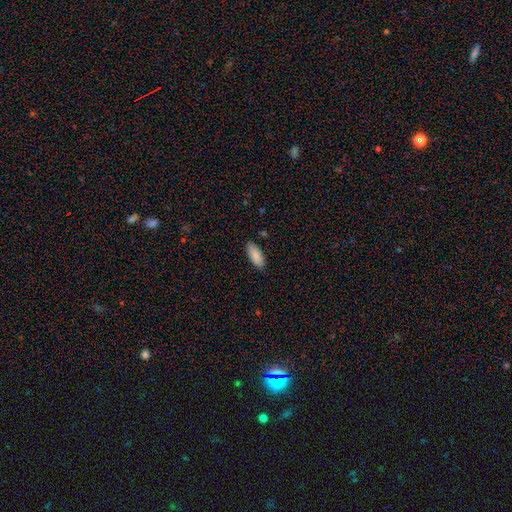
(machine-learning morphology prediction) A smooth galaxy with no disk features (89%) that is in between round and cigar-shaped (81%).

Vote fractions:
- Smooth or featured? smooth: 89% / star or artifact: 6% / featured or disk: 5%
- How rounded? in between: 81% / cigar-shaped: 18% / round: 2%
- Merging? none: 87% / minor disturbance: 10% / major disturbance: 2% / merger: 1%